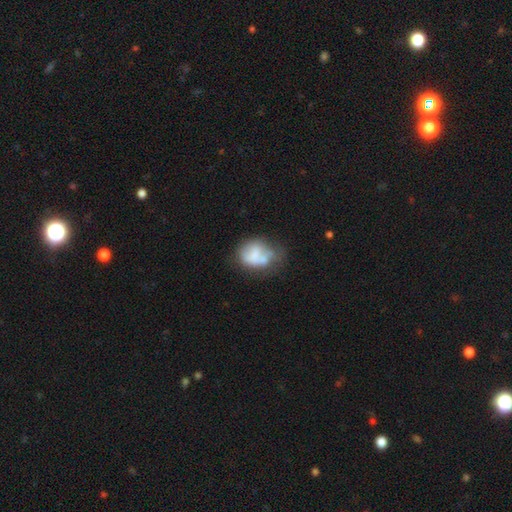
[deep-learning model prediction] Overall: smooth (57%; featured or disk 34%). How rounded: in between (55%; round 44%). Merging: none (28%; merger 26%).